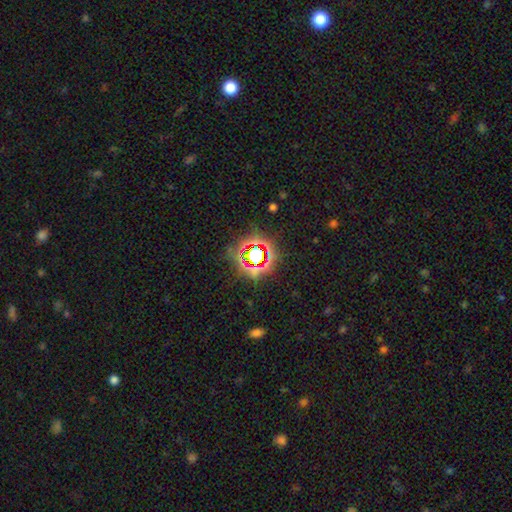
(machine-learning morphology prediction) A star or artifact, not a galaxy (70%).

Vote fractions:
- Smooth or featured? star or artifact: 70% / smooth: 19% / featured or disk: 11%